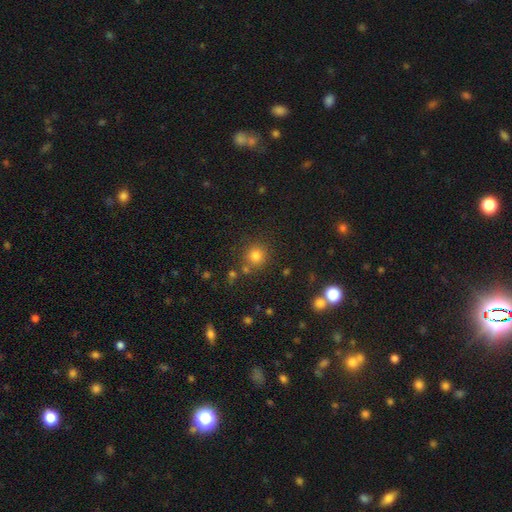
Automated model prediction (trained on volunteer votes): smooth-or-featured: smooth: 78% | star or artifact: 15% | featured or disk: 7%
  how-rounded: round: 92% | in between: 7% | cigar-shaped: 1%
  merging: none: 80% | minor disturbance: 9% | merger: 8% | major disturbance: 3%